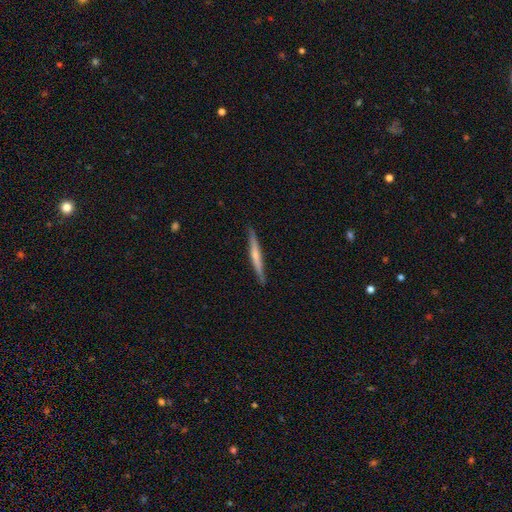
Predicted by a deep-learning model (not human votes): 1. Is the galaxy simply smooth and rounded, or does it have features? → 51% featured or disk, 43% smooth, 5% star or artifact.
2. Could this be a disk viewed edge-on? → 96% yes, 4% no.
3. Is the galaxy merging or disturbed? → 88% none, 9% minor disturbance, 2% major disturbance, 1% merger.